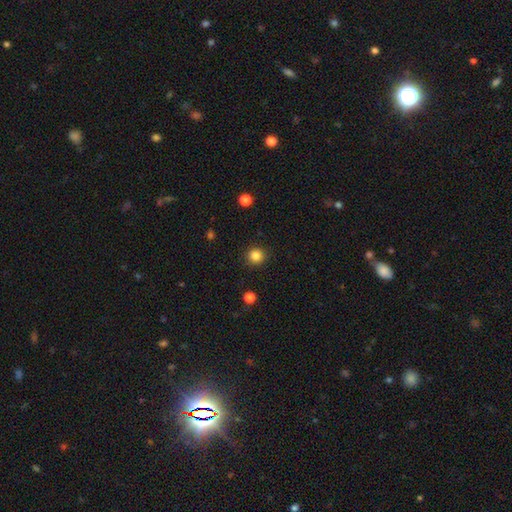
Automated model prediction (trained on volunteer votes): This is clearly a smooth galaxy (84%). How rounded: clearly round (93%). Merging: clearly none (91%).